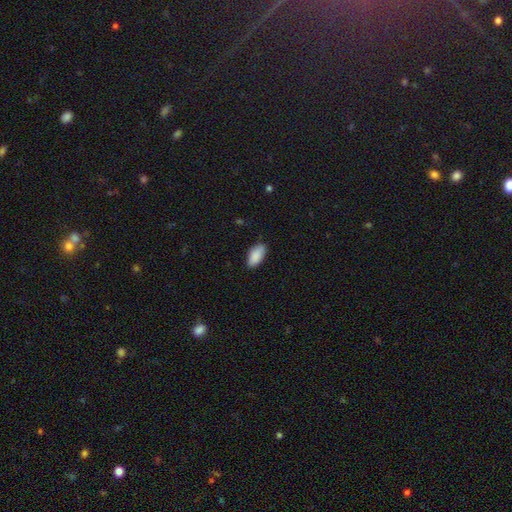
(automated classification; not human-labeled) Smooth or featured? Predicted: smooth (p=0.90). How rounded? Predicted: in between (p=0.92). Merging? Predicted: none (p=0.85).